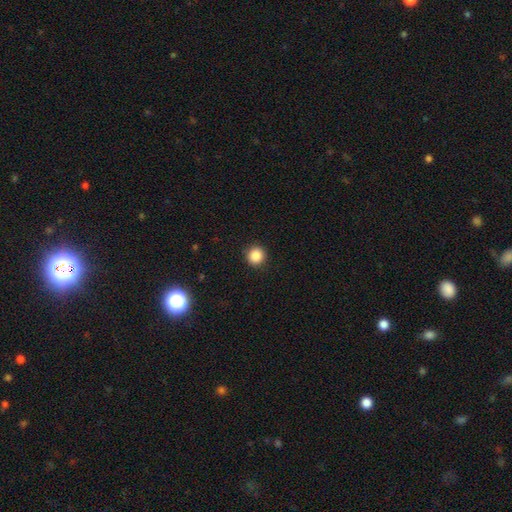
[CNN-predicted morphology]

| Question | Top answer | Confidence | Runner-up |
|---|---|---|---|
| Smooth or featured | smooth | 87% | star or artifact (10%) |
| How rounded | round | 94% | in between (6%) |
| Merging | none | 91% | minor disturbance (6%) |